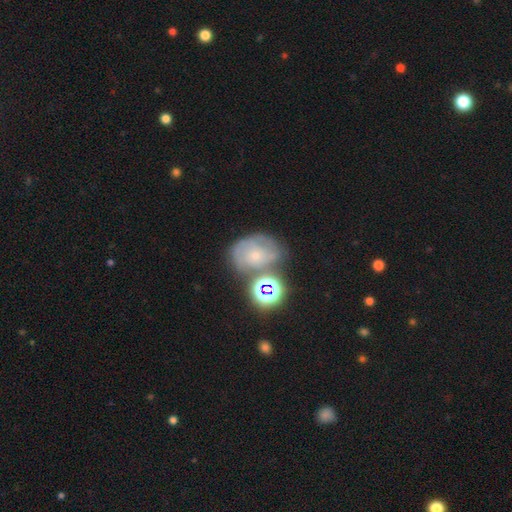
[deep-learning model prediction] Smooth or featured? Predicted: featured or disk (p=0.46). Merging? Predicted: none (p=0.47).